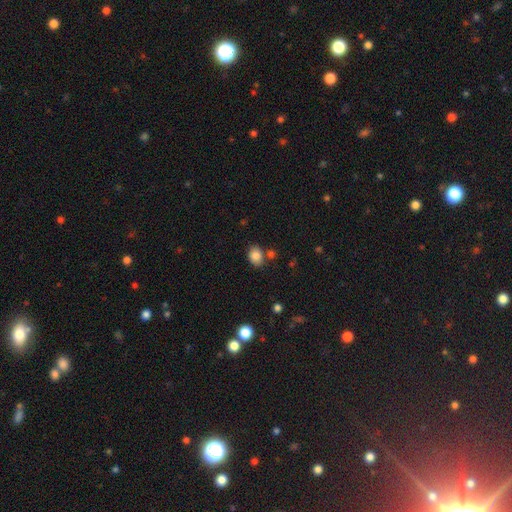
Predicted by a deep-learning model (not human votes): smooth_or_featured: smooth (p=0.85) [alt: star or artifact p=0.10]
how_rounded: in between (p=0.58) [alt: round p=0.41]
merging: none (p=0.70) [alt: minor disturbance p=0.14]